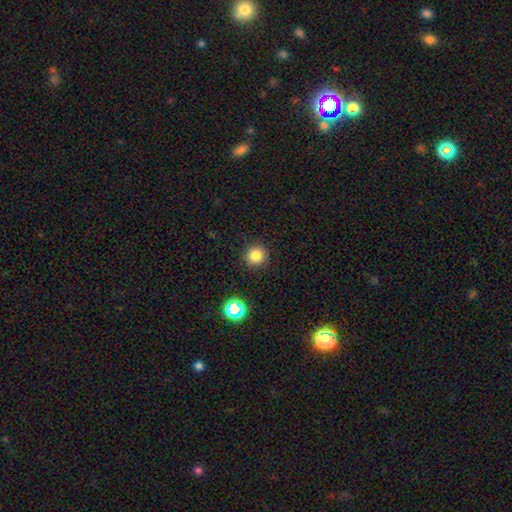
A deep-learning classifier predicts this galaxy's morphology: Q: Smooth or featured?
A: smooth (81%); runner-up: star or artifact (14%)
Q: How rounded?
A: round (93%); runner-up: in between (6%)
Q: Merging?
A: none (91%); runner-up: minor disturbance (6%)